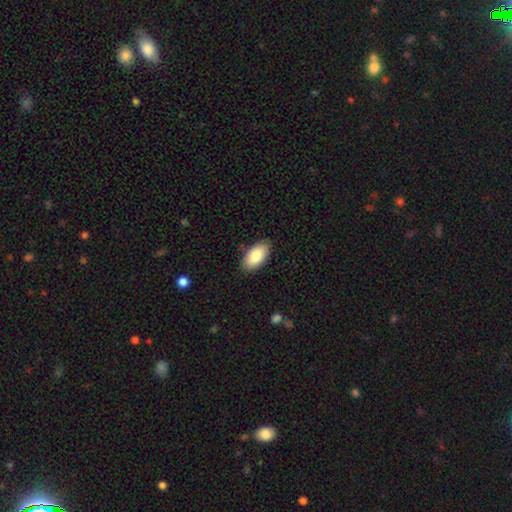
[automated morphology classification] A smooth galaxy with no disk features (84%) that is in between round and cigar-shaped (95%). Merging: none (85%).